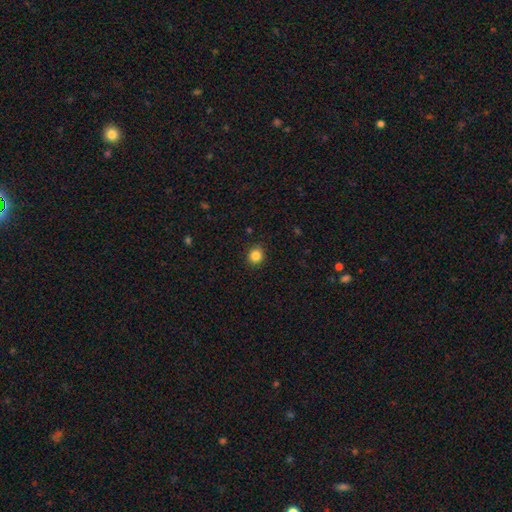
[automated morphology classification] A smooth galaxy with no disk features (84%) that is round (85%).

Vote fractions:
- Smooth or featured? smooth: 84% / star or artifact: 11% / featured or disk: 4%
- How rounded? round: 85% / in between: 14% / cigar-shaped: 1%
- Merging? none: 89% / minor disturbance: 7% / major disturbance: 2% / merger: 1%